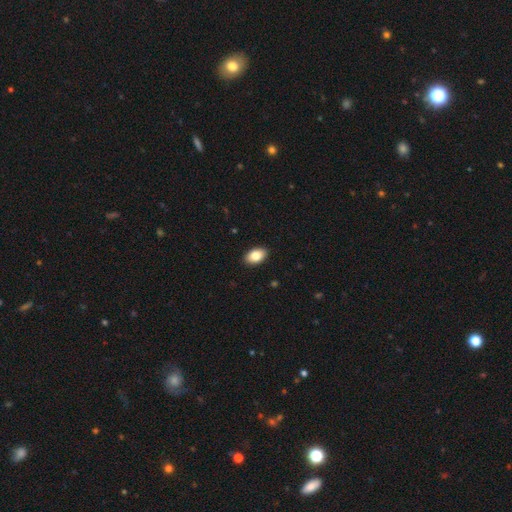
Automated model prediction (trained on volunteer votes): Smooth or featured?
  - smooth: 84% *
  - featured or disk: 9%
  - star or artifact: 7%
How rounded?
  - in between: 90% *
  - round: 8%
  - cigar-shaped: 1%
Merging?
  - none: 90% *
  - minor disturbance: 7%
  - major disturbance: 2%
  - merger: 1%